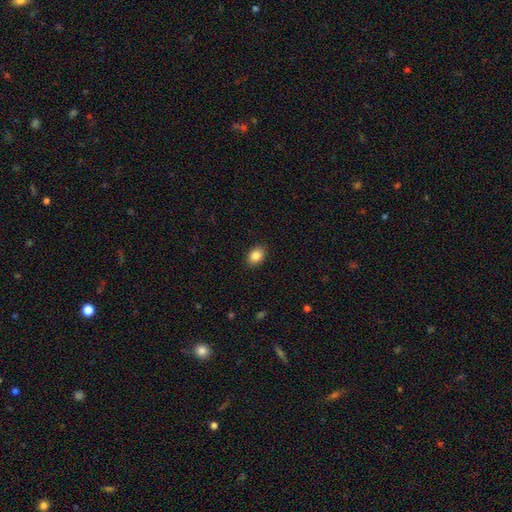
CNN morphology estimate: Overall: smooth (86%). How rounded: in between (80%). Merging: none (89%).